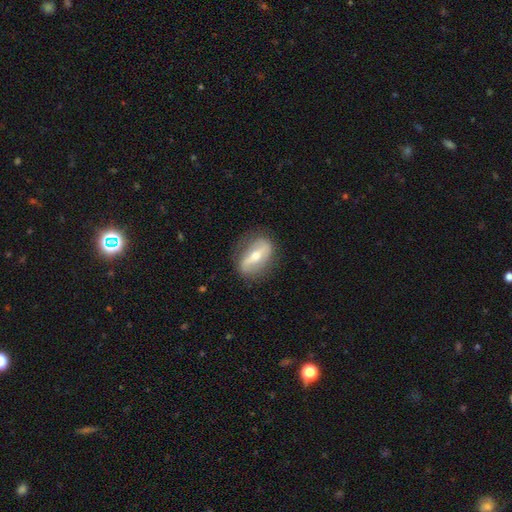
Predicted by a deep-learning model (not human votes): featured or disk 67%, smooth 27%, star or artifact 6%. Down the decision tree: edge-on disk — no (79%); bar — strong (67%); spiral arms — no (52%); bulge size — moderate (63%); merging — none (79%).